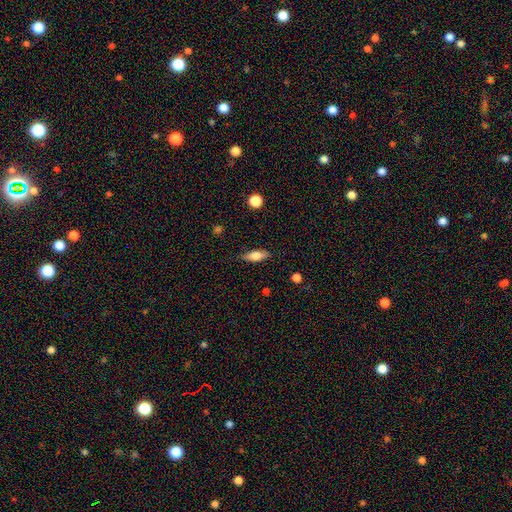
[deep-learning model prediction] Q: Smooth or featured?
A: smooth (70%); runner-up: featured or disk (23%)
Q: How rounded?
A: in between (64%); runner-up: cigar-shaped (33%)
Q: Merging?
A: none (83%); runner-up: minor disturbance (13%)